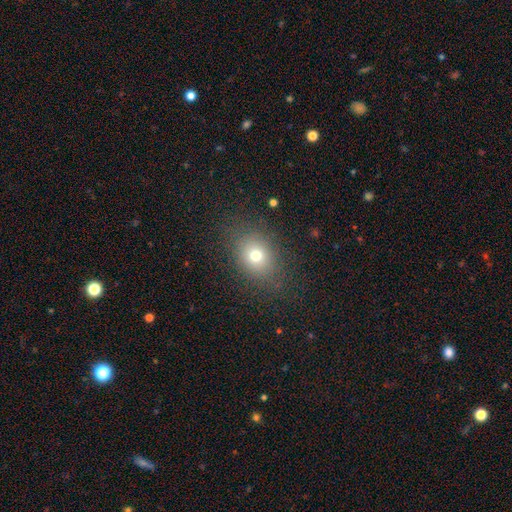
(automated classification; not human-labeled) Morphology: type=smooth (72%); roundness=round (54%); merging=none (82%).